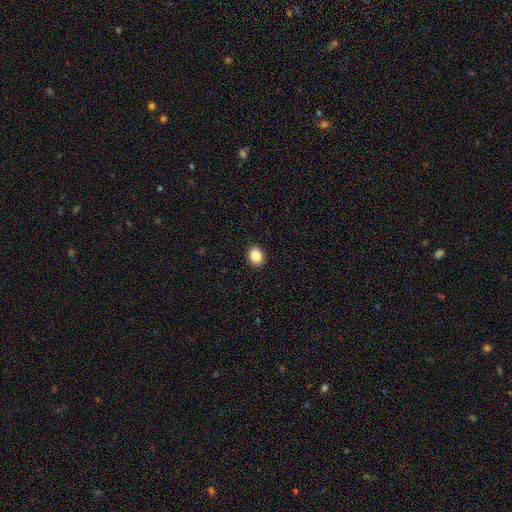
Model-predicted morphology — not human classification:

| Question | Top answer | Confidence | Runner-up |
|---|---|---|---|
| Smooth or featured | smooth | 87% | star or artifact (9%) |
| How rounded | in between | 50% | round (49%) |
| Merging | none | 91% | minor disturbance (6%) |